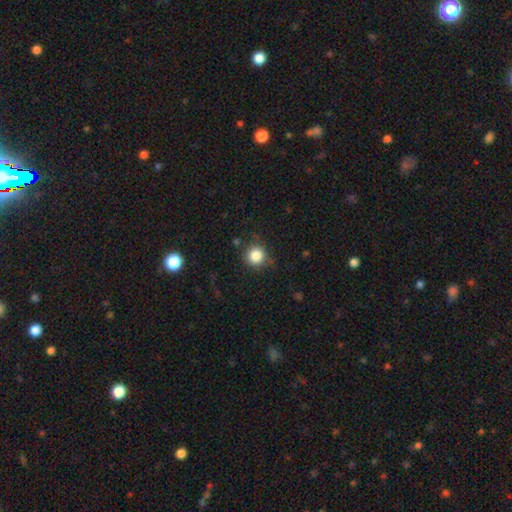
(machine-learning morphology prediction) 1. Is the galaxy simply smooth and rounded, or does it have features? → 84% smooth, 11% star or artifact, 5% featured or disk.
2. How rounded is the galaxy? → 92% round, 7% in between, 1% cigar-shaped.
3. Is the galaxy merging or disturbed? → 81% none, 13% minor disturbance, 4% major disturbance, 2% merger.